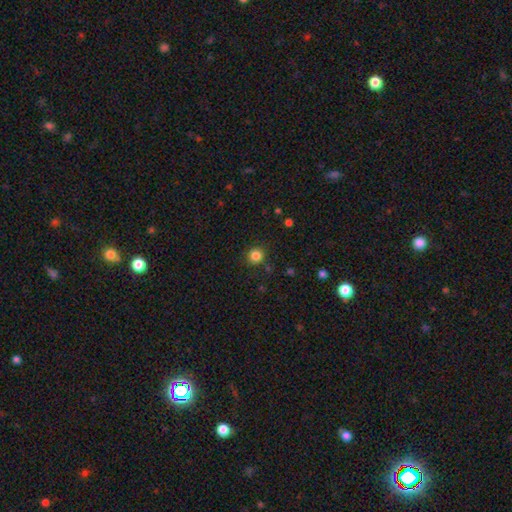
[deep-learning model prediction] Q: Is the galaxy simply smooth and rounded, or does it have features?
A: smooth — 84%.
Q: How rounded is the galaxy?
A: round — 91%.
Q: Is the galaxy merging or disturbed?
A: none — 88%.